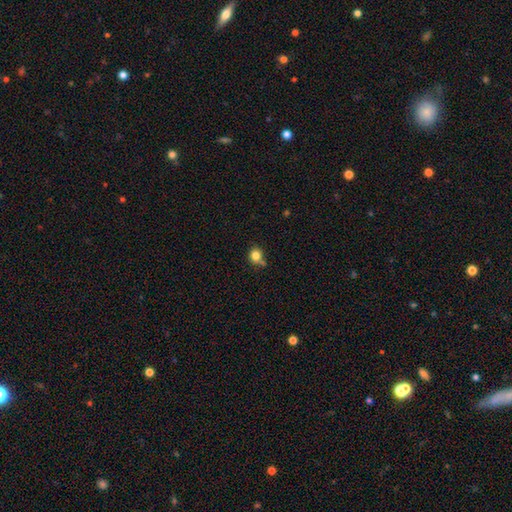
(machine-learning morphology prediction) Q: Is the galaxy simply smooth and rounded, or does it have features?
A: smooth — 82%.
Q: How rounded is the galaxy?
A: round — 84%.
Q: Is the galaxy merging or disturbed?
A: none — 63%.